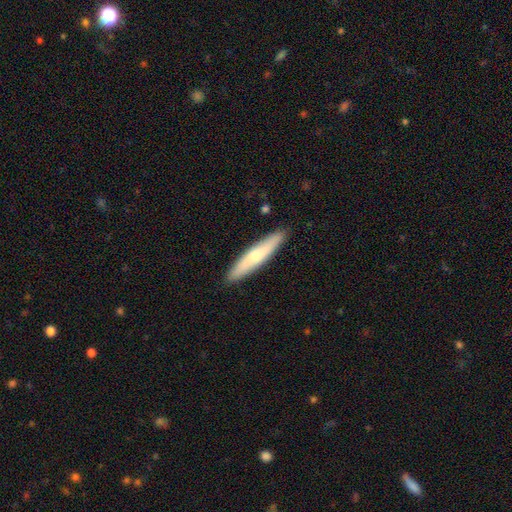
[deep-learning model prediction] smooth-or-featured: smooth: 58% | featured or disk: 37% | star or artifact: 5%
  how-rounded: cigar-shaped: 88% | in between: 10% | round: 1%
  merging: none: 90% | minor disturbance: 7% | major disturbance: 1% | merger: 1%